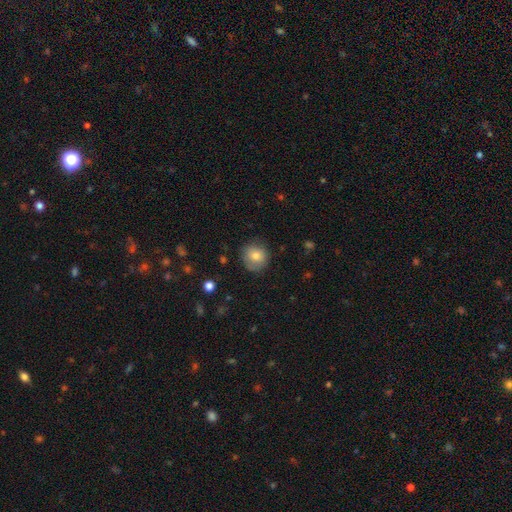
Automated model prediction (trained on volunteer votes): This appears to be a smooth galaxy with no disk features (76%) that is round (86%). Merging: none (78%).